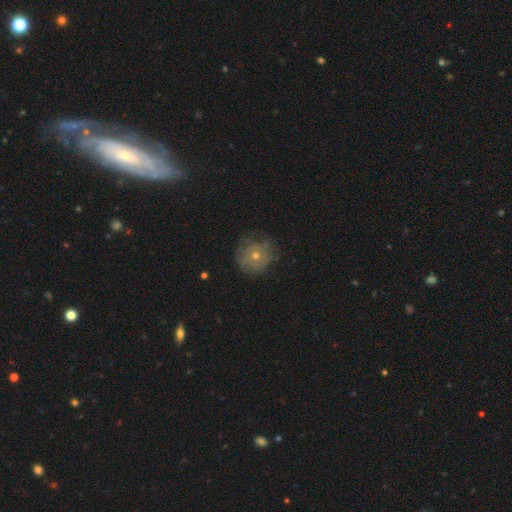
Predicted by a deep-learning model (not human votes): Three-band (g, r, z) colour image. It shows a smooth galaxy with no disk features (43%). Merging: none (71%).